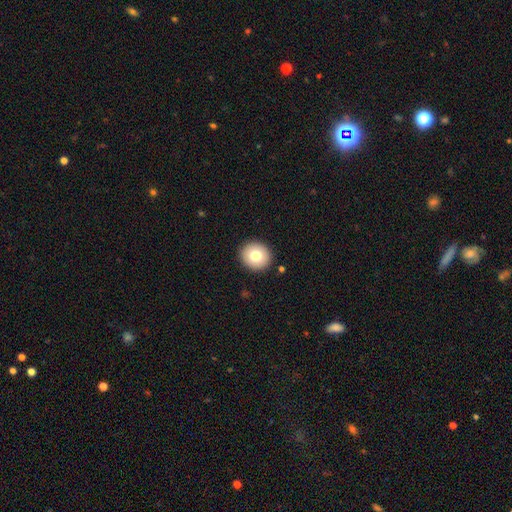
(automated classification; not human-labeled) This appears to be a smooth galaxy with no disk features (77%) that is round (87%). Merging: none (91%).